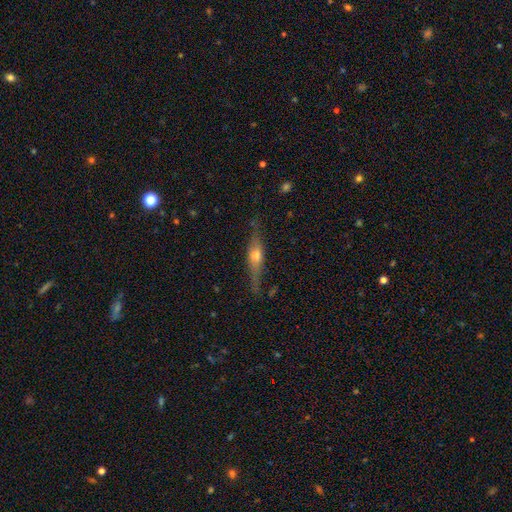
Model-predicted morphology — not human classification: Q: Smooth or featured?
A: featured or disk (69%); runner-up: smooth (24%)
Q: Edge-on disk?
A: yes (93%); runner-up: no (7%)
Q: Edge-on bulge?
A: rounded (90%); runner-up: boxy (6%)
Q: Merging?
A: none (79%); runner-up: minor disturbance (15%)